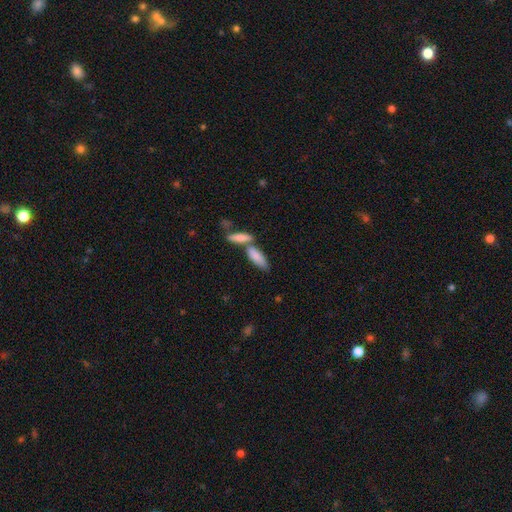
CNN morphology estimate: type=smooth (82%); roundness=in between (63%); merging=none (44%).